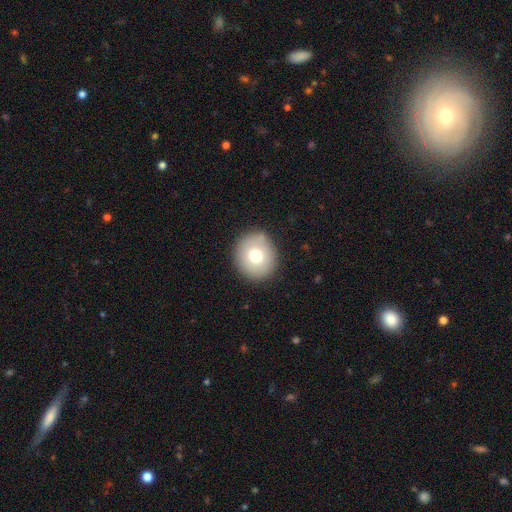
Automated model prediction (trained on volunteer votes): Smooth or featured?
  - smooth: 72% *
  - featured or disk: 17%
  - star or artifact: 11%
How rounded?
  - round: 85% *
  - in between: 14%
  - cigar-shaped: 1%
Merging?
  - none: 88% *
  - minor disturbance: 8%
  - major disturbance: 3%
  - merger: 1%